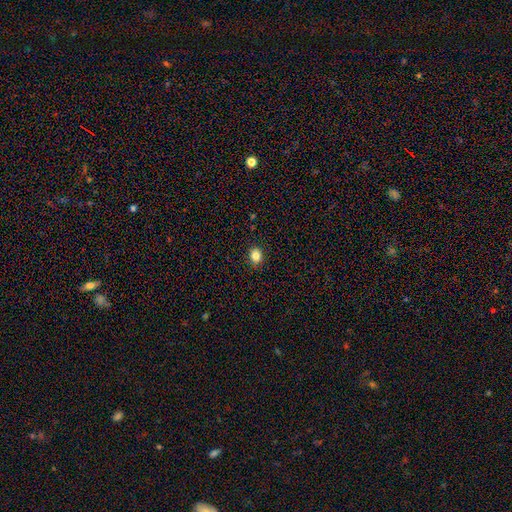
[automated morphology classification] Q: Smooth or featured?
A: smooth (84%); runner-up: star or artifact (11%)
Q: How rounded?
A: round (59%); runner-up: in between (40%)
Q: Merging?
A: none (89%); runner-up: minor disturbance (8%)